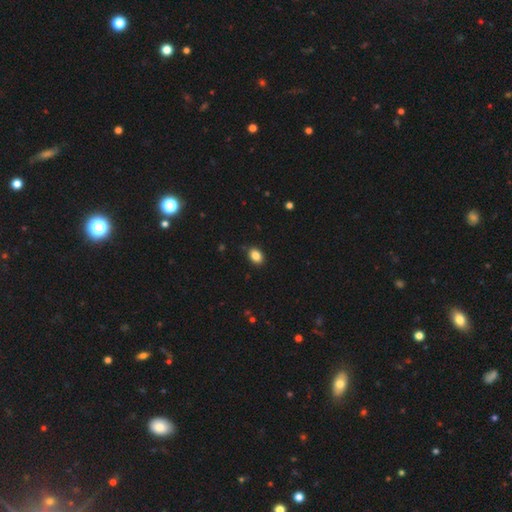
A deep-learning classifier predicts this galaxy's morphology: Smooth or featured? Predicted: smooth (p=0.86). How rounded? Predicted: in between (p=0.73). Merging? Predicted: none (p=0.87).